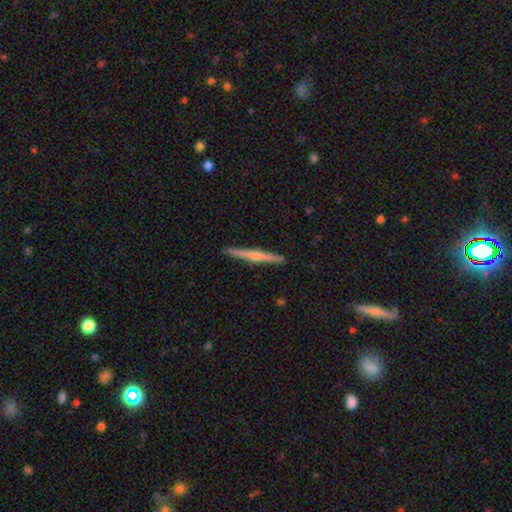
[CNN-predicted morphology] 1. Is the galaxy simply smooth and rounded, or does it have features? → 69% featured or disk, 23% smooth, 8% star or artifact.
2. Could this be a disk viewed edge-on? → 97% yes, 3% no.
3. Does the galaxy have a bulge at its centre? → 76% rounded, 17% none, 7% boxy.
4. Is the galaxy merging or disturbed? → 89% none, 8% minor disturbance, 2% major disturbance, 1% merger.